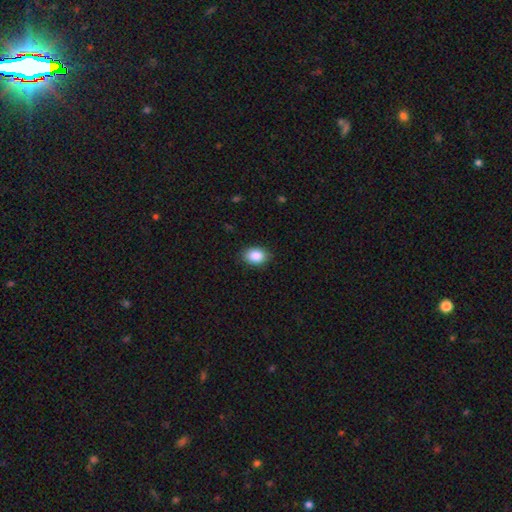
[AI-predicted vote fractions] Q: Smooth or featured?
A: smooth (88%); runner-up: star or artifact (8%)
Q: How rounded?
A: in between (75%); runner-up: round (24%)
Q: Merging?
A: none (87%); runner-up: minor disturbance (10%)